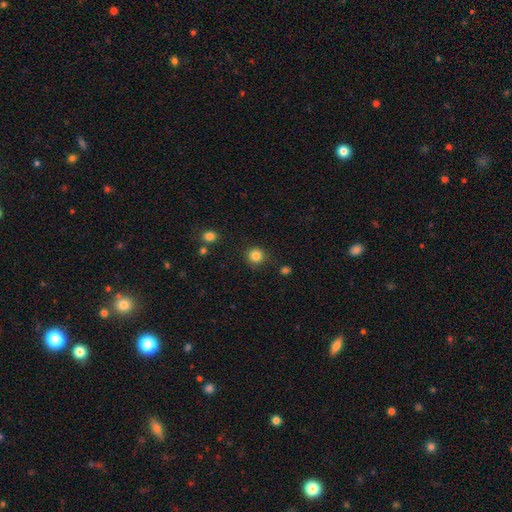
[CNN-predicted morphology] smooth_or_featured: smooth (p=0.84) [alt: star or artifact p=0.12]
how_rounded: round (p=0.93) [alt: in between p=0.06]
merging: none (p=0.88) [alt: minor disturbance p=0.08]